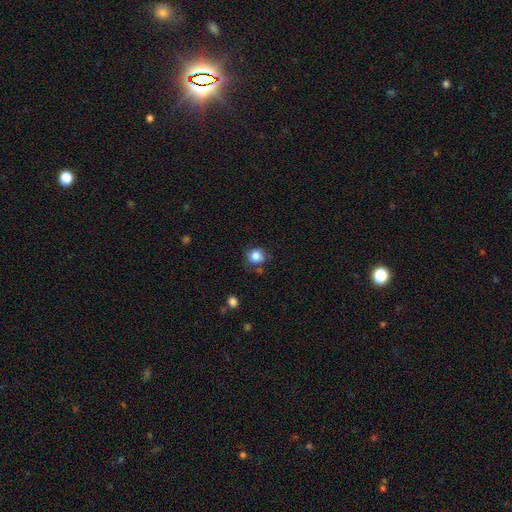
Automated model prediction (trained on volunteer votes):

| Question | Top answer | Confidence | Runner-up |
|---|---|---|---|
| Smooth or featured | smooth | 83% | star or artifact (10%) |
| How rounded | round | 79% | in between (20%) |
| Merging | none | 70% | minor disturbance (21%) |